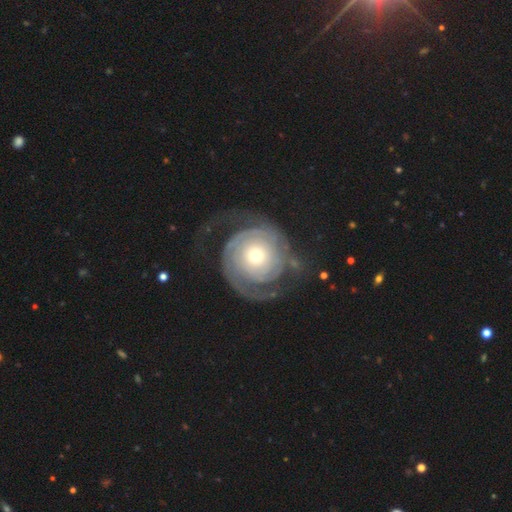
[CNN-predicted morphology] smooth_or_featured: featured or disk (p=0.83) [alt: smooth p=0.12]
disk_edge_on: no (p=0.97) [alt: yes p=0.03]
bar: no (p=0.82) [alt: weak p=0.13]
has_spiral_arms: yes (p=0.92) [alt: no p=0.08]
spiral_winding: tight (p=0.67) [alt: medium p=0.21]
spiral_arm_count: 2 (p=0.57) [alt: can't tell p=0.18]
bulge_size: small (p=0.53) [alt: moderate p=0.38]
merging: none (p=0.59) [alt: major disturbance p=0.23]